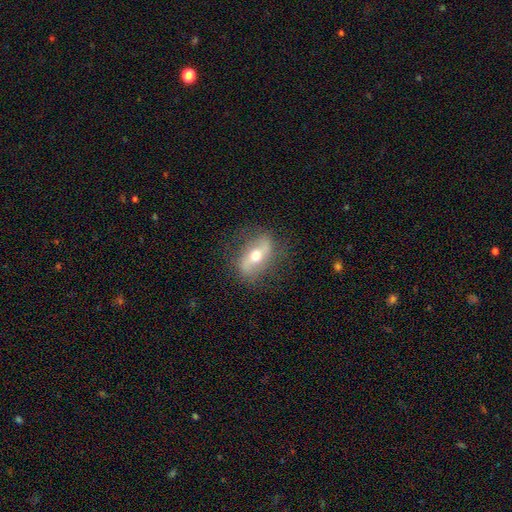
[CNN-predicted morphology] Smooth or featured? Predicted: featured or disk (p=0.70). Edge-on disk? Predicted: no (p=0.79). Bar? Predicted: strong (p=0.49). Spiral arms? Predicted: yes (p=0.69). Bulge size? Predicted: moderate (p=0.72). Merging? Predicted: none (p=0.80).